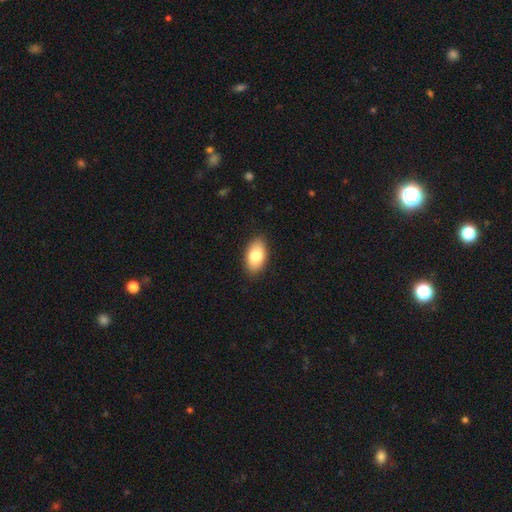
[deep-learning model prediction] Smooth or featured? Predicted: smooth (p=0.83). How rounded? Predicted: in between (p=0.94). Merging? Predicted: none (p=0.88).